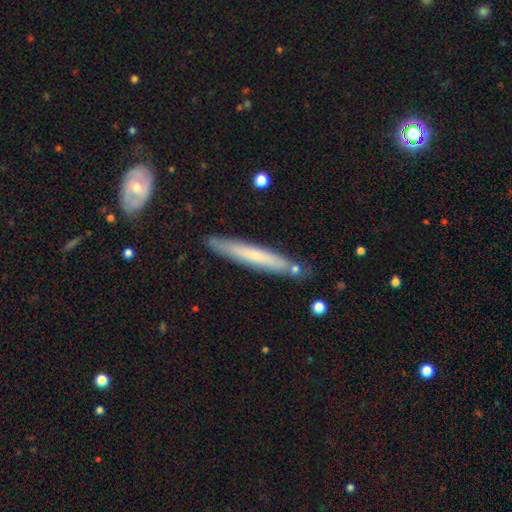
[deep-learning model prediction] Smooth or featured: smooth — 51% (featured or disk — 43%)
How rounded: cigar-shaped — 95% (in between — 4%)
Merging: none — 81% (minor disturbance — 13%)